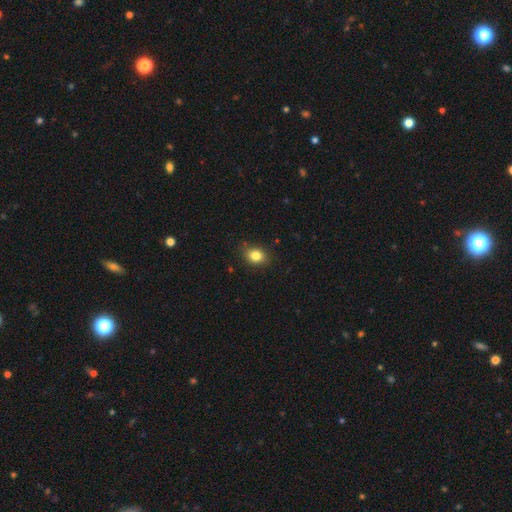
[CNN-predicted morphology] Smooth or featured: smooth — 83% (star or artifact — 11%)
How rounded: in between — 54% (round — 45%)
Merging: none — 82% (minor disturbance — 14%)